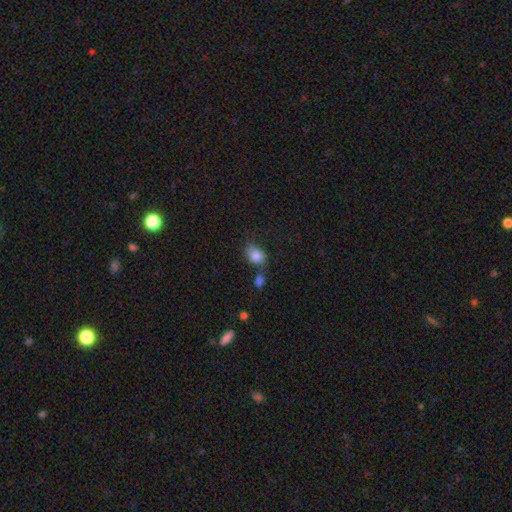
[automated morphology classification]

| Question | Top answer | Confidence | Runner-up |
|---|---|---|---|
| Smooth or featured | smooth | 84% | star or artifact (9%) |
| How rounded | in between | 70% | round (28%) |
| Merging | none | 53% | minor disturbance (20%) |